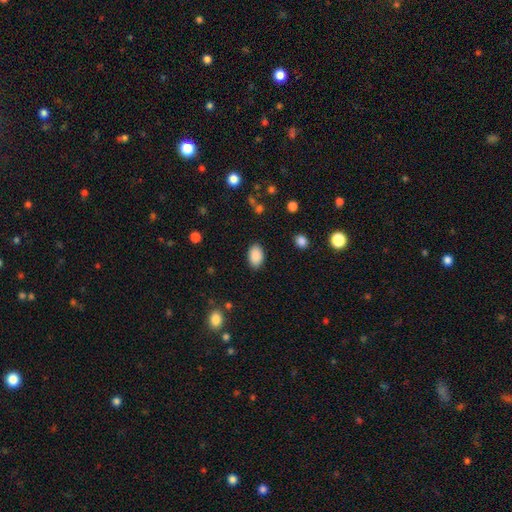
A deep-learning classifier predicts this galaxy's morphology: Overall: smooth (89%). How rounded: in between (90%). Merging: none (87%).